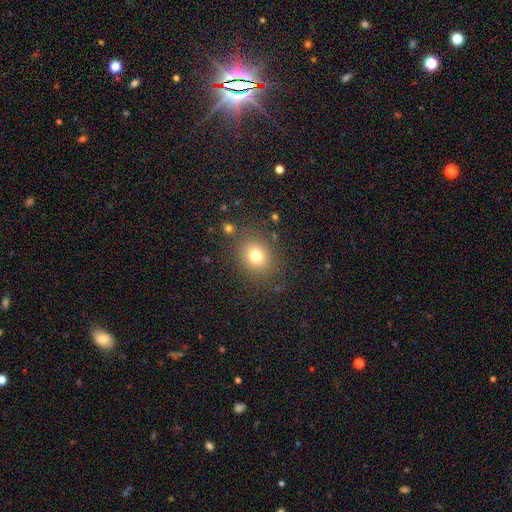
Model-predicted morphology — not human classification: Q: Smooth or featured?
A: smooth (76%); runner-up: star or artifact (14%)
Q: How rounded?
A: round (62%); runner-up: in between (37%)
Q: Merging?
A: none (83%); runner-up: minor disturbance (10%)